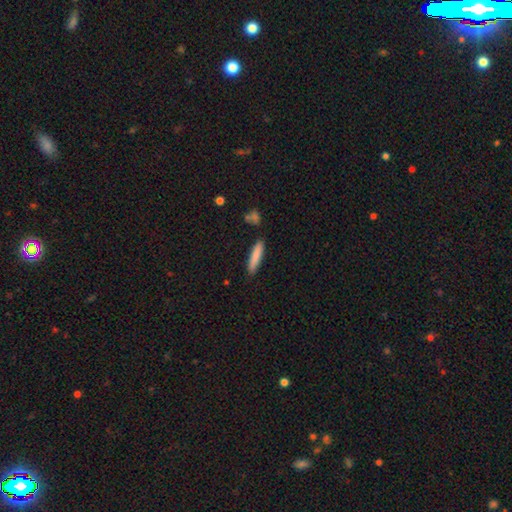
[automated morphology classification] A smooth galaxy with no disk features (83%) that is cigar-shaped (84%). Merging: none (86%).